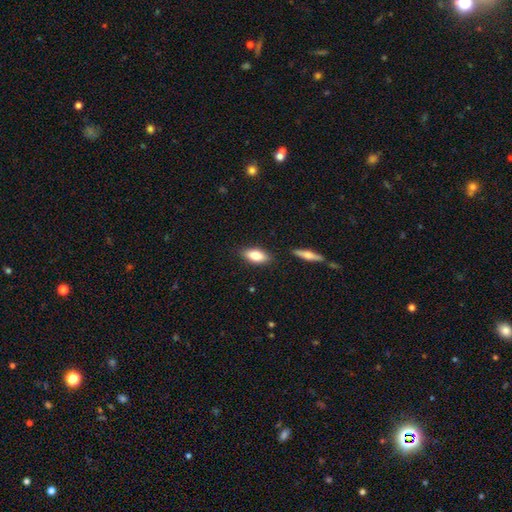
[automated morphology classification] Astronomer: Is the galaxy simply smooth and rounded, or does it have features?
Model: smooth — 79%.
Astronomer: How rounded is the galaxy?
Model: in between — 83%.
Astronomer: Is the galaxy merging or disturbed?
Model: none — 84%.